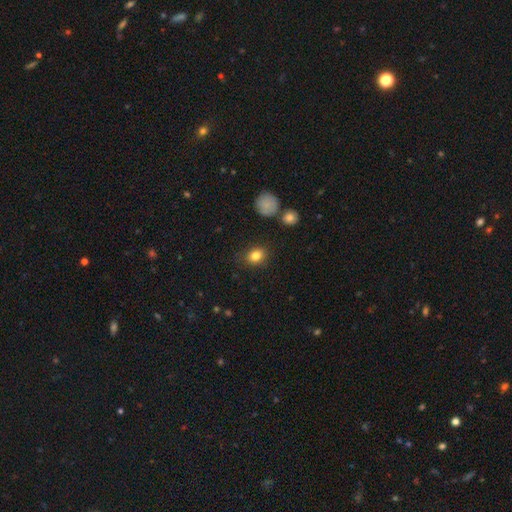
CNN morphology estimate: smooth-or-featured: smooth: 82% | star or artifact: 10% | featured or disk: 7%
  how-rounded: round: 52% | in between: 46% | cigar-shaped: 1%
  merging: none: 83% | minor disturbance: 12% | major disturbance: 3% | merger: 2%